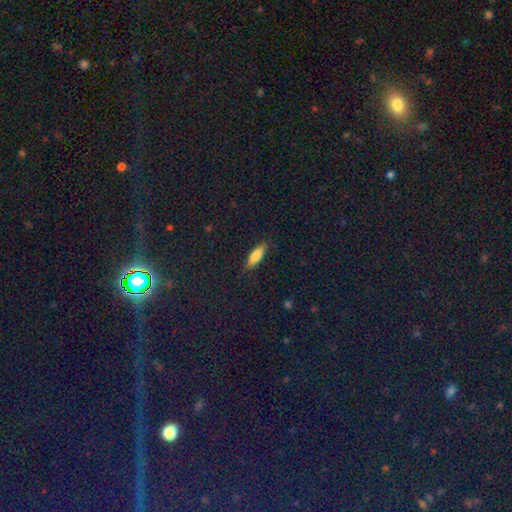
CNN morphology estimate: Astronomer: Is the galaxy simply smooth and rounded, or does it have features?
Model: smooth — 82%.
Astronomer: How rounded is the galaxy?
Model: in between — 51% (runner-up: cigar-shaped, 47%).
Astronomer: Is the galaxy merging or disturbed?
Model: none — 86%.